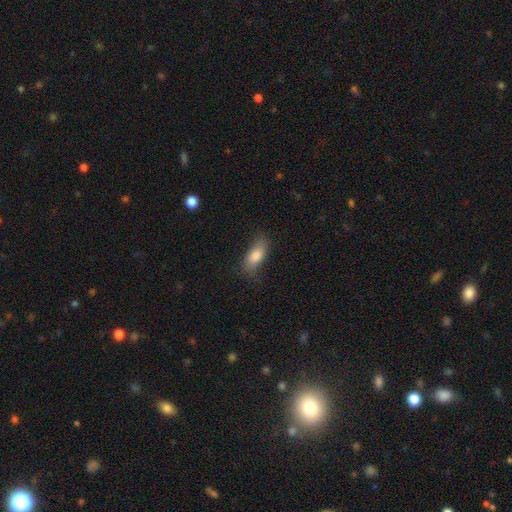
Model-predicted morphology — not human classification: smooth-or-featured: smooth: 79% | featured or disk: 13% | star or artifact: 7%
  how-rounded: in between: 79% | cigar-shaped: 17% | round: 3%
  merging: none: 72% | minor disturbance: 21% | major disturbance: 6% | merger: 1%